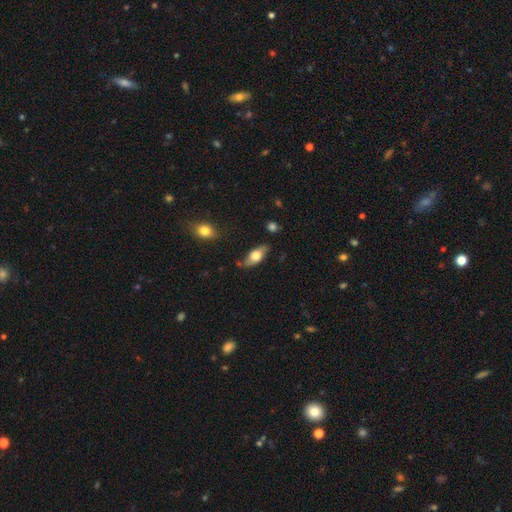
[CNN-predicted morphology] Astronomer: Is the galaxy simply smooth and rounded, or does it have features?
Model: smooth — 63%.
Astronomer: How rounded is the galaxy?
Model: in between — 82%.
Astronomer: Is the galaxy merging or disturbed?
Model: none — 76%.